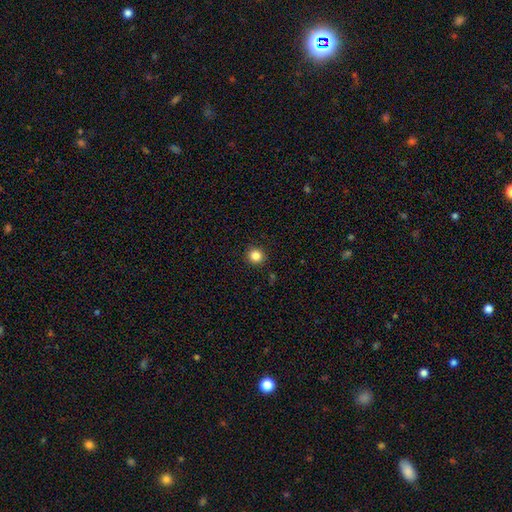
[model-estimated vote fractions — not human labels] Q: Smooth or featured?
A: smooth (84%); runner-up: star or artifact (11%)
Q: How rounded?
A: round (92%); runner-up: in between (7%)
Q: Merging?
A: none (92%); runner-up: minor disturbance (6%)